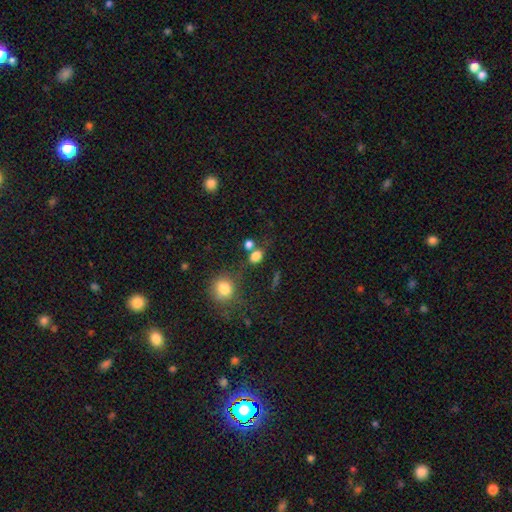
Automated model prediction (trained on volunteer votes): smooth 79%, star or artifact 15%, featured or disk 6%. Down the decision tree: how rounded — in between (56%); merging — none (60%).